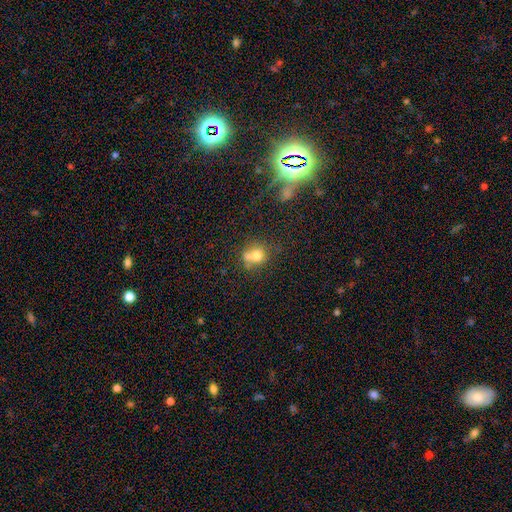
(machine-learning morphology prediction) Smooth or featured: smooth — 69% (featured or disk — 17%)
How rounded: round — 74% (in between — 25%)
Merging: merger — 43% (none — 38%)